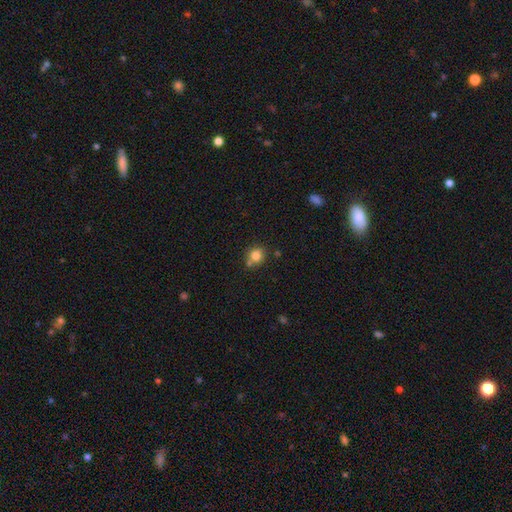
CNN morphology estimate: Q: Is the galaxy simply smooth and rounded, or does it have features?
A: smooth — 80%.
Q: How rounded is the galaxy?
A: round — 82%.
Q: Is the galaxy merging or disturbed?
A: none — 64%.